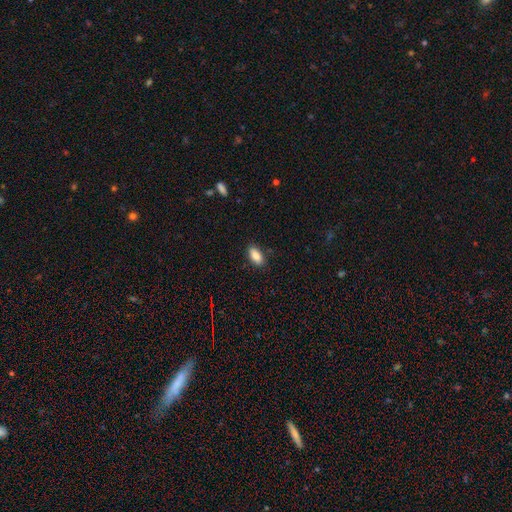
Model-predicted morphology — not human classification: Smooth or featured? smooth (86%)
How rounded? in between (89%)
Merging? none (87%)